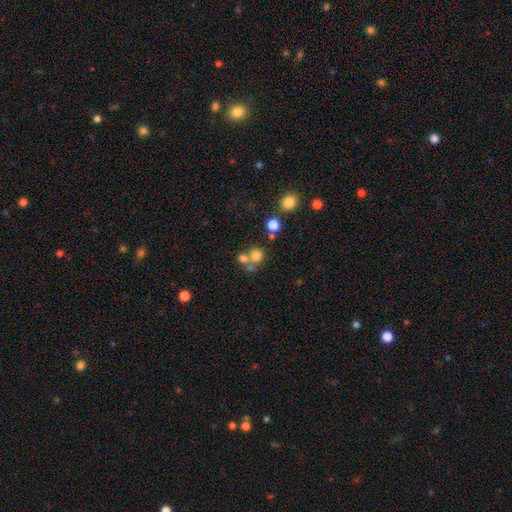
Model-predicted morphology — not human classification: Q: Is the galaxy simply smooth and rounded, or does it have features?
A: smooth — 72%.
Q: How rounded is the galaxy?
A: round — 86%.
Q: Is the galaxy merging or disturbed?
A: none — 52%.